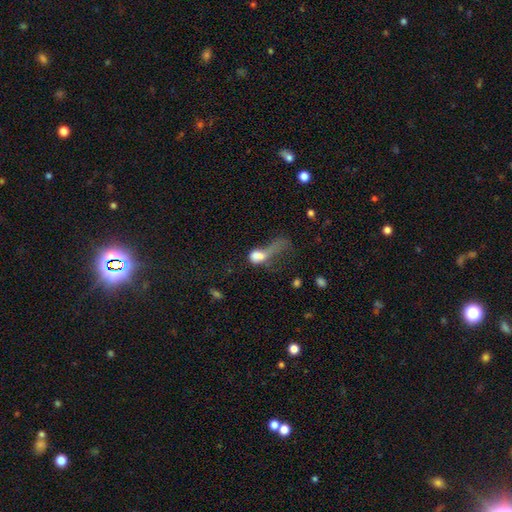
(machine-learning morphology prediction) A smooth galaxy with no disk features (63%) that is in between round and cigar-shaped (67%).

Vote fractions:
- Smooth or featured? smooth: 63% / featured or disk: 26% / star or artifact: 11%
- How rounded? in between: 67% / round: 24% / cigar-shaped: 9%
- Merging? major disturbance: 61% / merger: 19% / none: 10% / minor disturbance: 10%